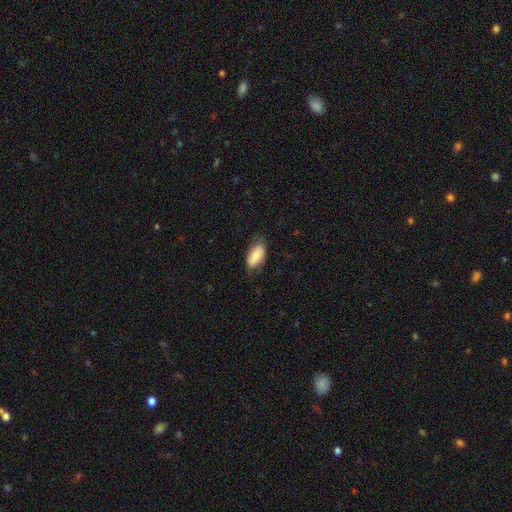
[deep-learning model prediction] A smooth galaxy with no disk features (75%) that is in between round and cigar-shaped (92%).

Vote fractions:
- Smooth or featured? smooth: 75% / featured or disk: 19% / star or artifact: 6%
- How rounded? in between: 92% / cigar-shaped: 5% / round: 3%
- Merging? none: 70% / minor disturbance: 23% / major disturbance: 6% / merger: 1%